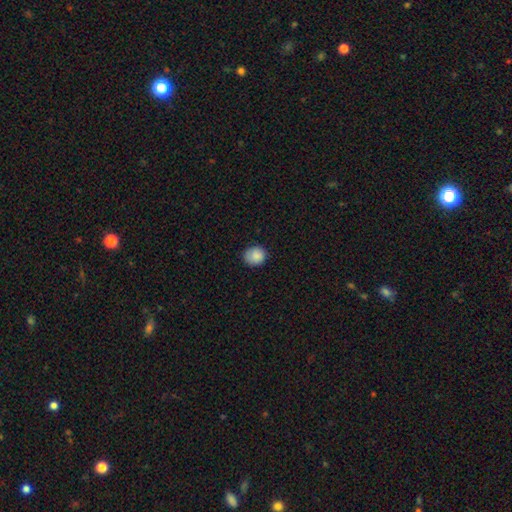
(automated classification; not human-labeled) Smooth or featured?
  - smooth: 88% *
  - star or artifact: 8%
  - featured or disk: 4%
How rounded?
  - round: 81% *
  - in between: 18%
  - cigar-shaped: 1%
Merging?
  - none: 82% *
  - minor disturbance: 15%
  - major disturbance: 2%
  - merger: 1%